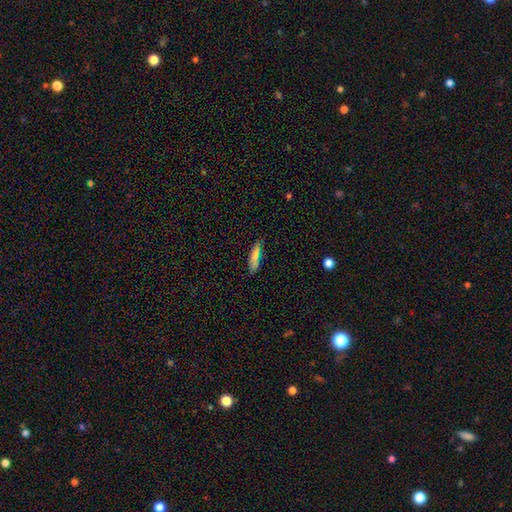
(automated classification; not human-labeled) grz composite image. It shows a smooth galaxy with no disk features (78%) that is cigar-shaped (70%). Merging: none (80%).